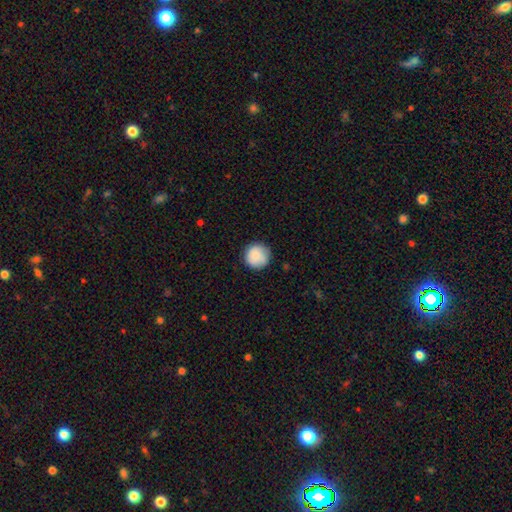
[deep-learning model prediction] Smooth or featured?
  - smooth: 85% *
  - featured or disk: 9%
  - star or artifact: 7%
How rounded?
  - round: 96% *
  - in between: 4%
  - cigar-shaped: 1%
Merging?
  - none: 85% *
  - minor disturbance: 11%
  - major disturbance: 2%
  - merger: 1%